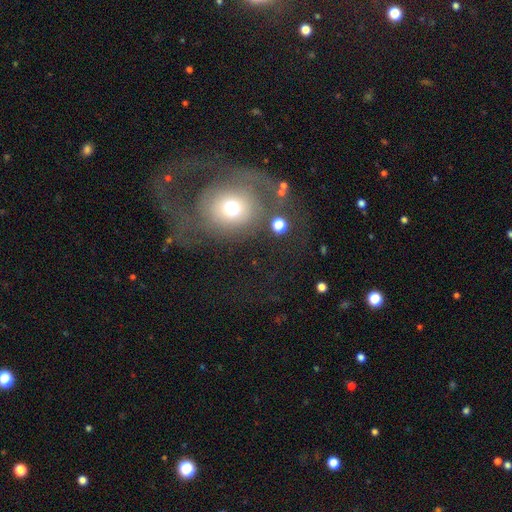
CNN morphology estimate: The model was most divided on "merging": none: 45%, major disturbance: 35%, minor disturbance: 15%, merger: 5%. More confident: edge-on disk — no (96%); bar — no (82%); smooth or featured — featured or disk (63%); spiral arms — yes (62%); bulge size — moderate (55%).